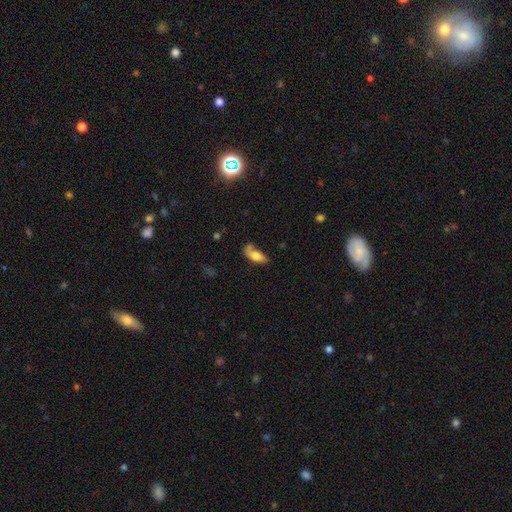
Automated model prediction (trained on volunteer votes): smooth-or-featured: smooth: 73% | featured or disk: 19% | star or artifact: 8%
  how-rounded: in between: 84% | cigar-shaped: 12% | round: 4%
  merging: none: 41% | minor disturbance: 27% | merger: 16% | major disturbance: 16%